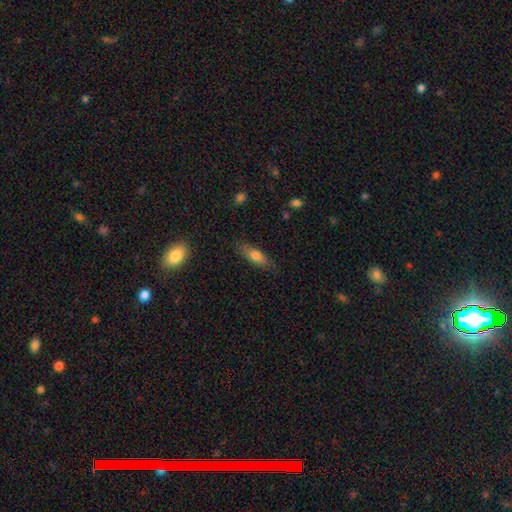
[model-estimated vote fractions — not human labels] Smooth or featured? Predicted: smooth (p=0.73). How rounded? Predicted: in between (p=0.63). Merging? Predicted: none (p=0.80).